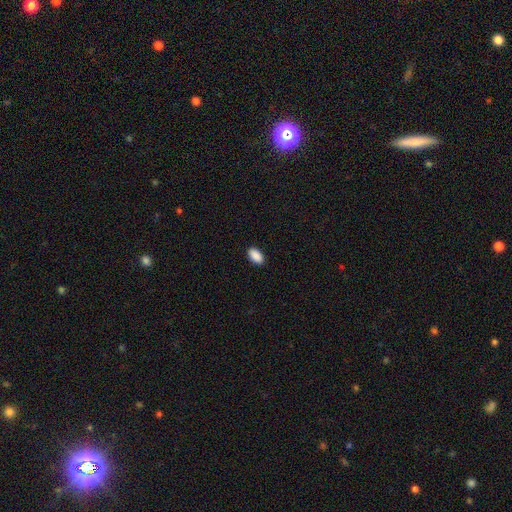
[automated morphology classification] A smooth galaxy with no disk features (91%) that is in between round and cigar-shaped (94%).

Vote fractions:
- Smooth or featured? smooth: 91% / star or artifact: 7% / featured or disk: 2%
- How rounded? in between: 94% / round: 4% / cigar-shaped: 2%
- Merging? none: 89% / minor disturbance: 8% / major disturbance: 2% / merger: 1%